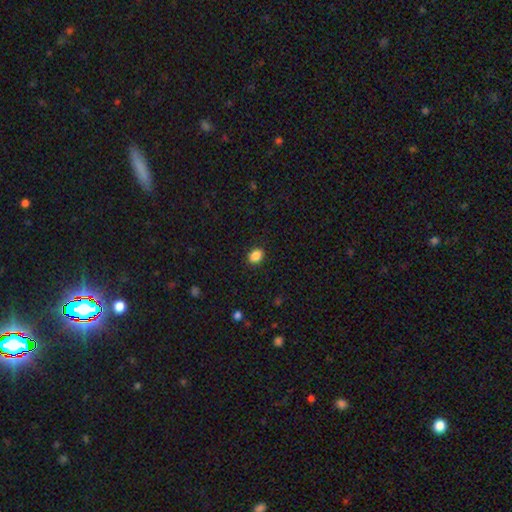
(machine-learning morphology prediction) The model was most divided on "how rounded": in between: 55%, round: 45%, cigar-shaped: 1%. More confident: merging — none (90%); smooth or featured — smooth (88%).